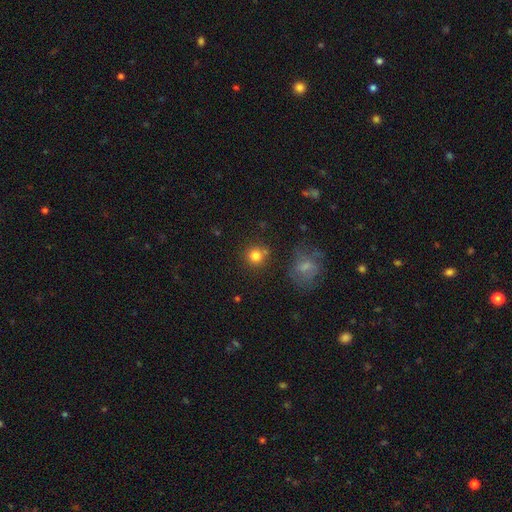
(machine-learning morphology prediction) Smooth or featured: smooth — 81% (star or artifact — 13%)
How rounded: round — 91% (in between — 8%)
Merging: none — 78% (minor disturbance — 9%)